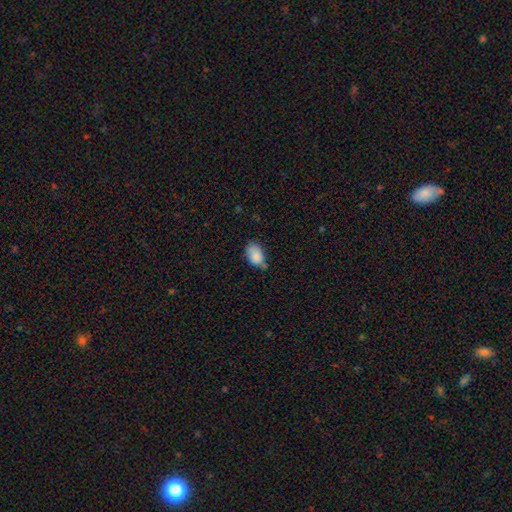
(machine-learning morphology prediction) type=smooth (85%); roundness=in between (86%); merging=none (51%).